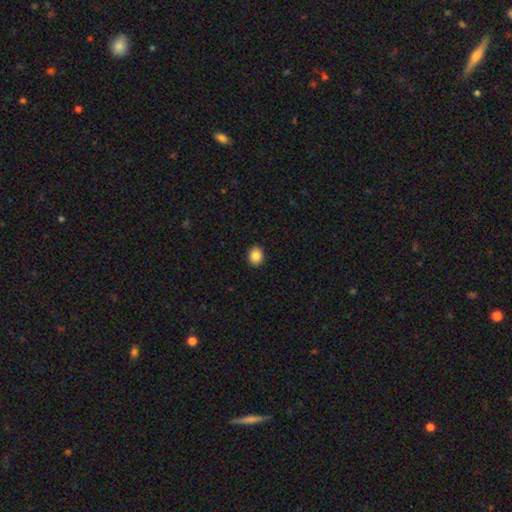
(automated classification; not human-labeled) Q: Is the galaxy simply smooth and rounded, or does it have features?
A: smooth — 86%.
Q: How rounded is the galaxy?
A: round — 68%.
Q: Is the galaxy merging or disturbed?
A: none — 91%.